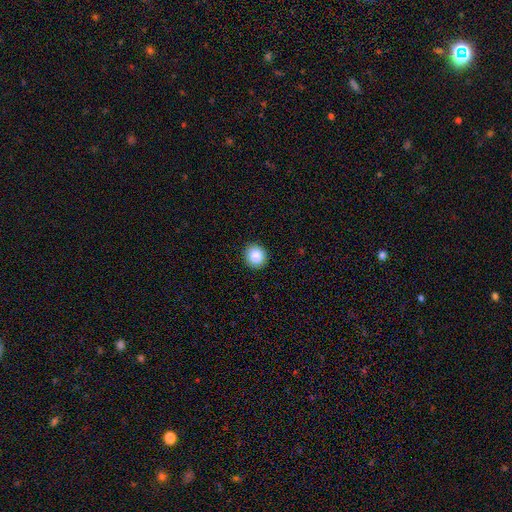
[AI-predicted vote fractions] Q: Smooth or featured?
A: smooth (88%); runner-up: star or artifact (8%)
Q: How rounded?
A: round (81%); runner-up: in between (18%)
Q: Merging?
A: none (91%); runner-up: minor disturbance (7%)